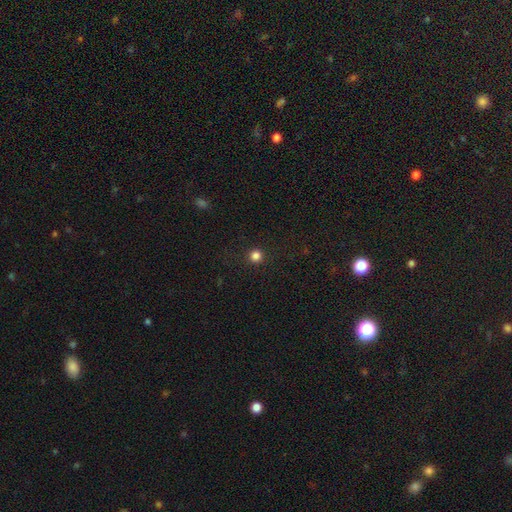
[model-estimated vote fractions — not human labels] This is clearly a smooth galaxy (83%). How rounded: clearly round (95%). Merging: clearly none (92%).